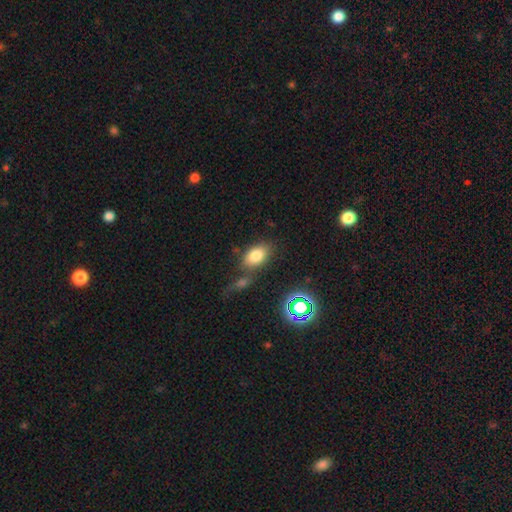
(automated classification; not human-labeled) smooth_or_featured: smooth (p=0.78) [alt: star or artifact p=0.12]
how_rounded: in between (p=0.86) [alt: round p=0.12]
merging: none (p=0.65) [alt: merger p=0.15]